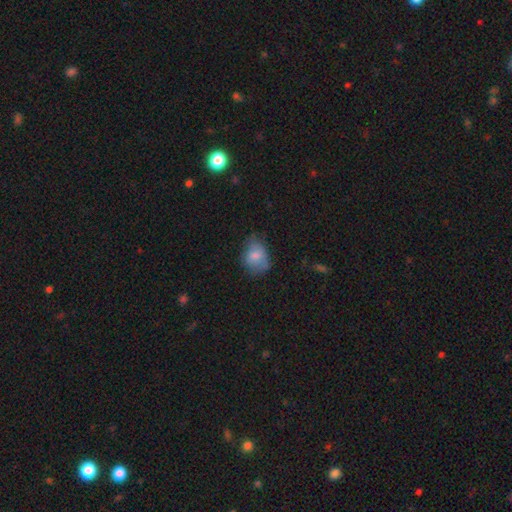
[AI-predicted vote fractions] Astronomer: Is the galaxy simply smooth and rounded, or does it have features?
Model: smooth — 76%.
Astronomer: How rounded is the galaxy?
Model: in between — 63%.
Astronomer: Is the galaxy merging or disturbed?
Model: none — 51% (runner-up: minor disturbance, 34%).